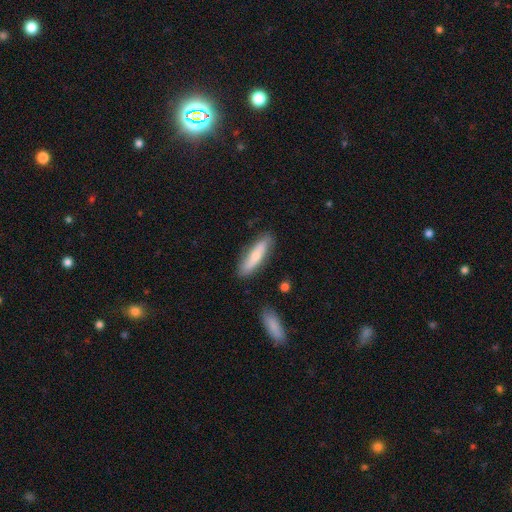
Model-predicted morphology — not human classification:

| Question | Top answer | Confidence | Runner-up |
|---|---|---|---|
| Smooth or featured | smooth | 63% | featured or disk (32%) |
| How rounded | cigar-shaped | 72% | in between (26%) |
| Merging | none | 83% | minor disturbance (12%) |